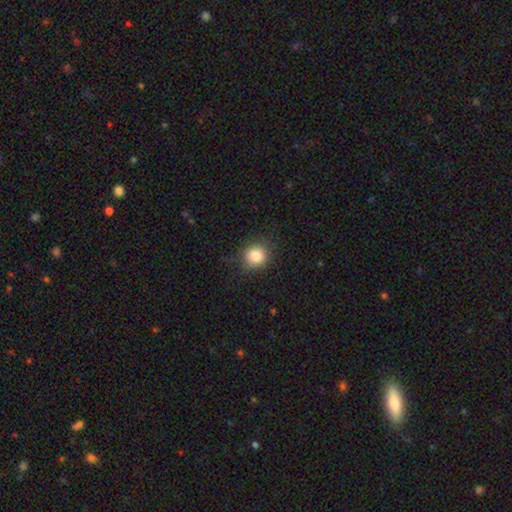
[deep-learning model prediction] This is clearly a smooth galaxy (85%). How rounded: clearly round (85%). Merging: clearly none (83%).